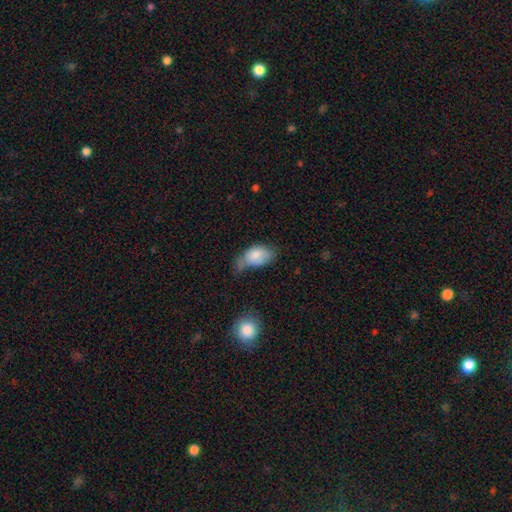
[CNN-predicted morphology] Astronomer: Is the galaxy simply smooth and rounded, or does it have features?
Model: smooth — 76%.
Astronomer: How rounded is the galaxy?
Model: in between — 90%.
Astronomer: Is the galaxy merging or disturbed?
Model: minor disturbance — 39% (runner-up: major disturbance, 28%).